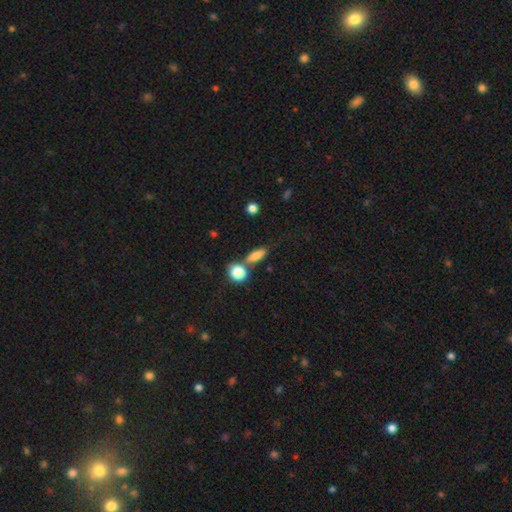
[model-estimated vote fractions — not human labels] Morphology: type=smooth (78%); roundness=in between (49%); merging=none (61%).